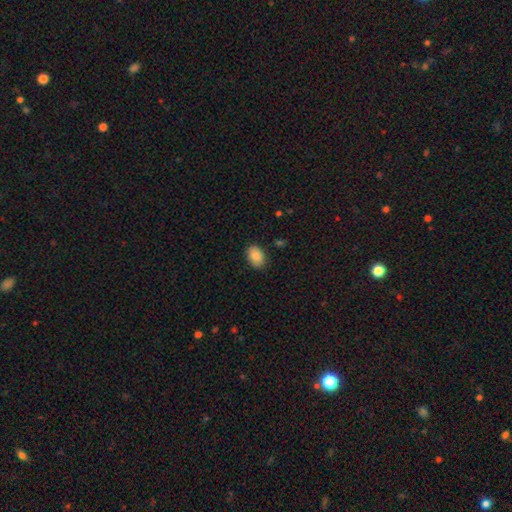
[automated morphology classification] This appears to be a smooth galaxy with no disk features (87%) that is in between round and cigar-shaped (82%). Merging: none (85%).